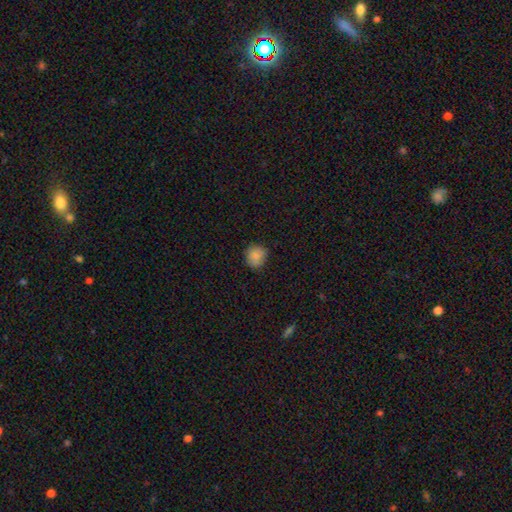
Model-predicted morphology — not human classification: A smooth galaxy with no disk features (86%) that is round (86%).

Vote fractions:
- Smooth or featured? smooth: 86% / star or artifact: 10% / featured or disk: 5%
- How rounded? round: 86% / in between: 13% / cigar-shaped: 1%
- Merging? none: 81% / minor disturbance: 15% / major disturbance: 3% / merger: 1%